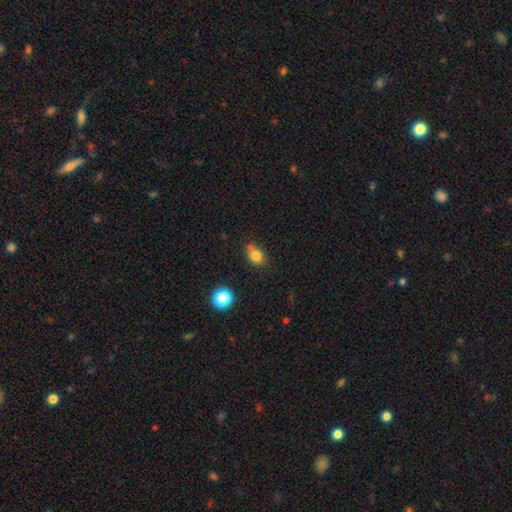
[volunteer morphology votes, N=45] Smooth or featured?
  - smooth: 89% *
  - star or artifact: 7%
  - featured or disk: 4%
How rounded?
  - round: 62% *
  - in between: 35%
  - cigar-shaped: 2%
Merging?
  - none: 52% *
  - minor disturbance: 21%
  - merger: 21%
  - major disturbance: 5%